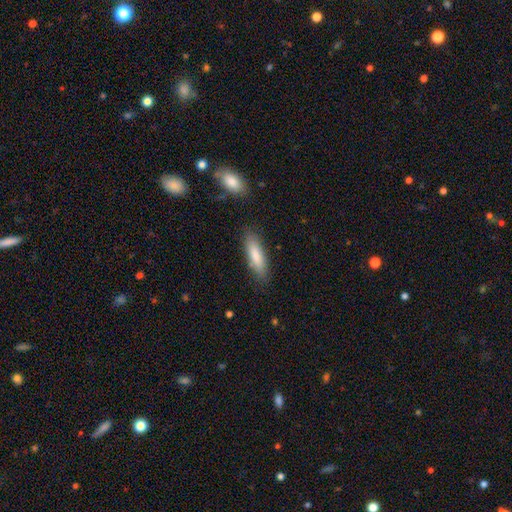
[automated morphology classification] Overall: smooth (81%). How rounded: cigar-shaped (63%; in between 36%). Merging: none (84%).